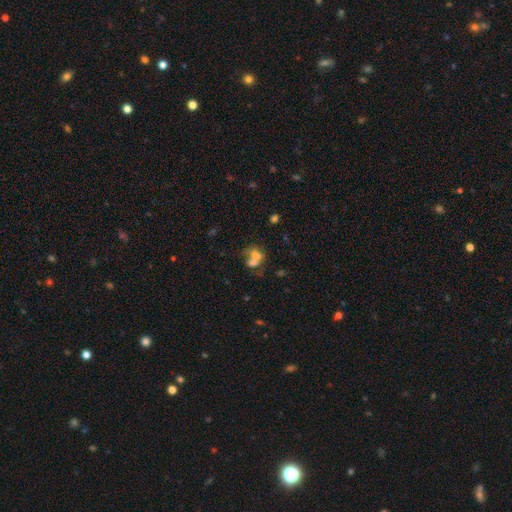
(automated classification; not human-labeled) smooth-or-featured: smooth: 61% | featured or disk: 24% | star or artifact: 14%
  how-rounded: in between: 62% | round: 36% | cigar-shaped: 2%
  merging: merger: 62% | none: 21% | major disturbance: 8% | minor disturbance: 8%